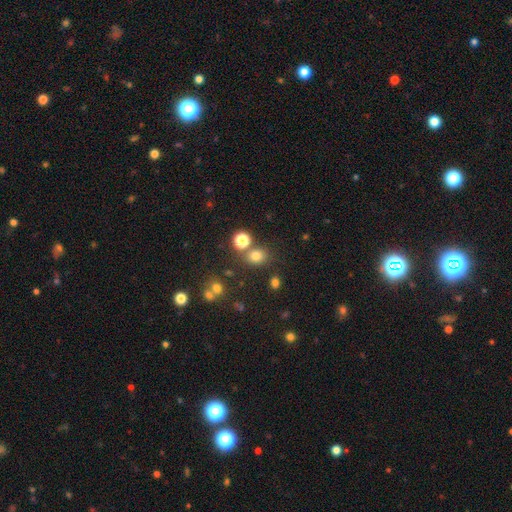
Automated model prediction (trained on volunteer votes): Smooth or featured? smooth (74%)
How rounded? round (66%)
Merging? none (72%)